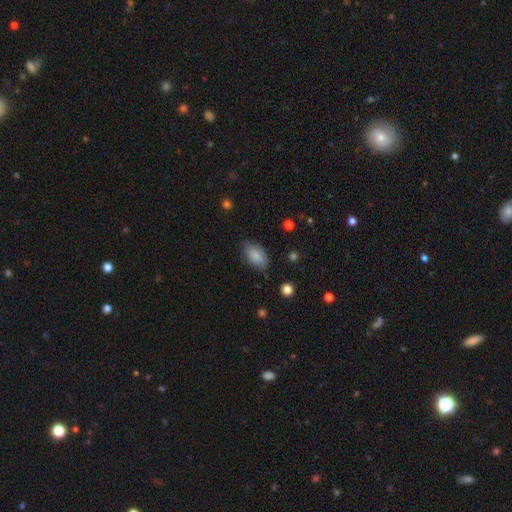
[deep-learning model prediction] smooth_or_featured: smooth (p=0.86) [alt: featured or disk p=0.07]
how_rounded: in between (p=0.92) [alt: round p=0.04]
merging: none (p=0.75) [alt: minor disturbance p=0.19]